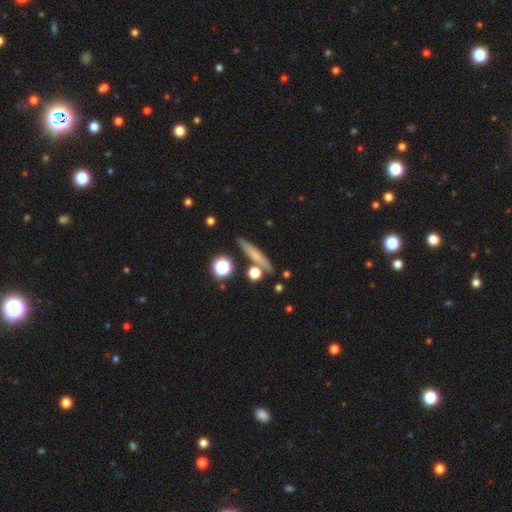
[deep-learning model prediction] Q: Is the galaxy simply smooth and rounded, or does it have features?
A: smooth — 60%.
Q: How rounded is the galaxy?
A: cigar-shaped — 81%.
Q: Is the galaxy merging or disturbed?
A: none — 80%.